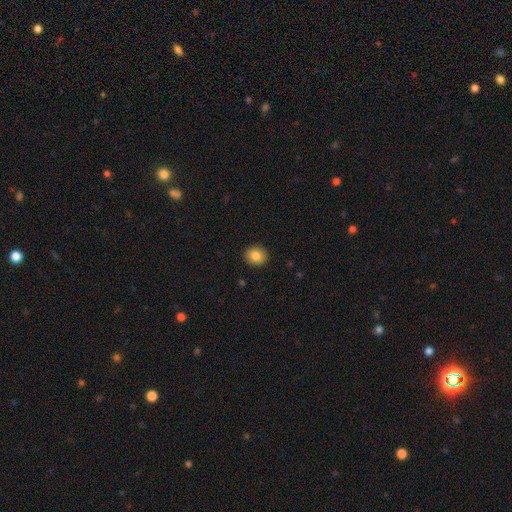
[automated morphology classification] Overall: smooth (84%). How rounded: round (77%). Merging: none (92%).